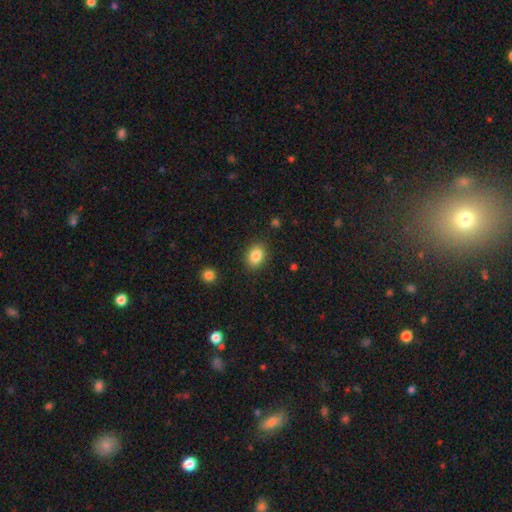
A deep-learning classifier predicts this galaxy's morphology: A smooth galaxy with no disk features (86%) that is in between round and cigar-shaped (67%).

Vote fractions:
- Smooth or featured? smooth: 86% / star or artifact: 9% / featured or disk: 6%
- How rounded? in between: 67% / round: 32% / cigar-shaped: 1%
- Merging? none: 87% / minor disturbance: 8% / major disturbance: 3% / merger: 2%